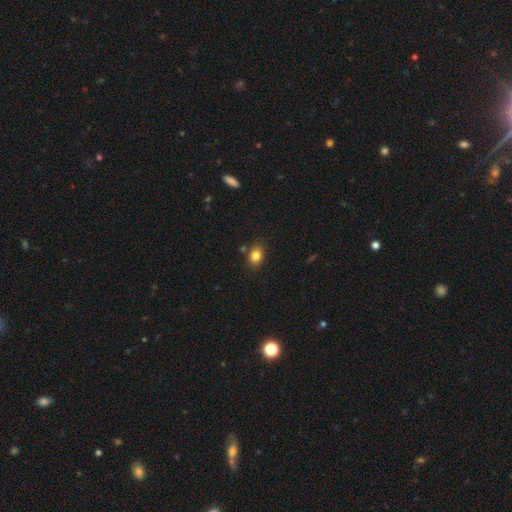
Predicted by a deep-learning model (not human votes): Overall: smooth (83%). How rounded: in between (61%; round 38%). Merging: none (81%).